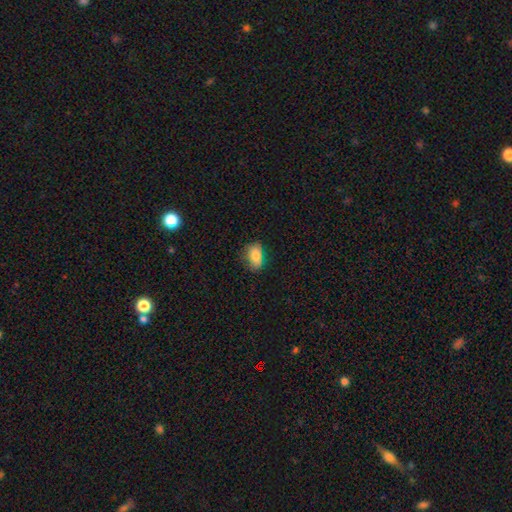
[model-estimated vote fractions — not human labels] smooth_or_featured: smooth (p=0.81) [alt: featured or disk p=0.11]
how_rounded: in between (p=0.85) [alt: round p=0.13]
merging: none (p=0.70) [alt: minor disturbance p=0.24]